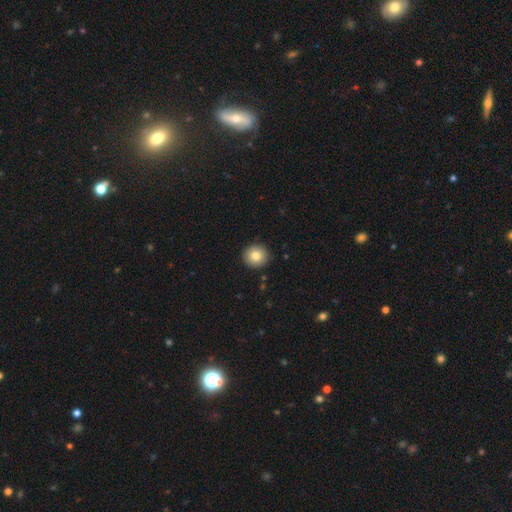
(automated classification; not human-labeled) Smooth or featured?
  - smooth: 81% *
  - featured or disk: 10%
  - star or artifact: 9%
How rounded?
  - round: 92% *
  - in between: 7%
  - cigar-shaped: 1%
Merging?
  - none: 92% *
  - minor disturbance: 6%
  - major disturbance: 2%
  - merger: 1%